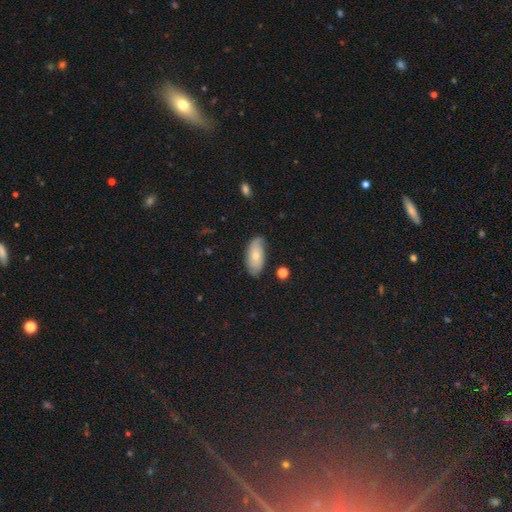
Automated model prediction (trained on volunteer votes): A smooth galaxy with no disk features (62%) that is in between round and cigar-shaped (91%).

Vote fractions:
- Smooth or featured? smooth: 62% / featured or disk: 31% / star or artifact: 7%
- How rounded? in between: 91% / cigar-shaped: 6% / round: 3%
- Merging? none: 70% / minor disturbance: 23% / major disturbance: 5% / merger: 2%